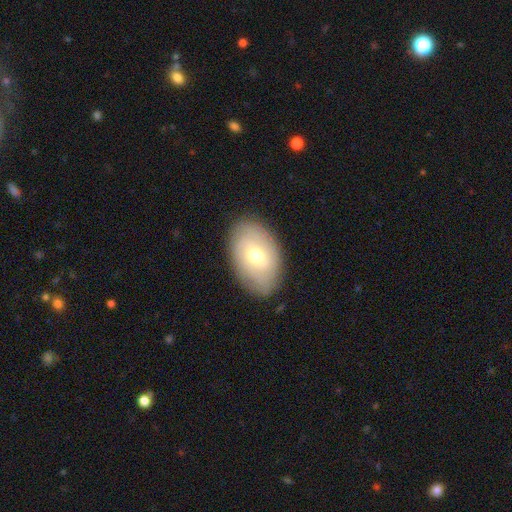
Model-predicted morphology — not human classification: smooth_or_featured: smooth (p=0.49) [alt: featured or disk p=0.44]
merging: none (p=0.82) [alt: minor disturbance p=0.13]